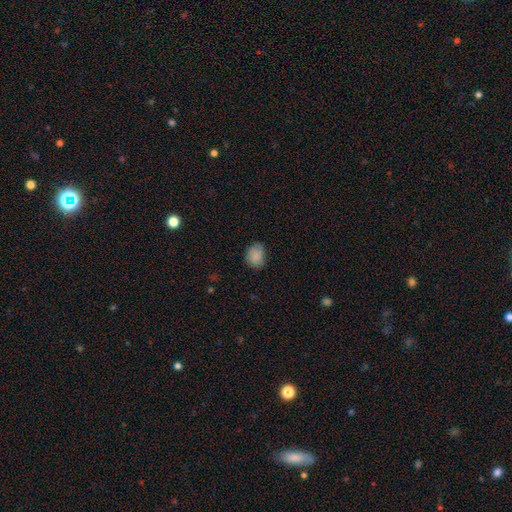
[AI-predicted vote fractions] This appears to be a smooth galaxy with no disk features (85%) that is in between round and cigar-shaped (59%). Merging: none (70%).